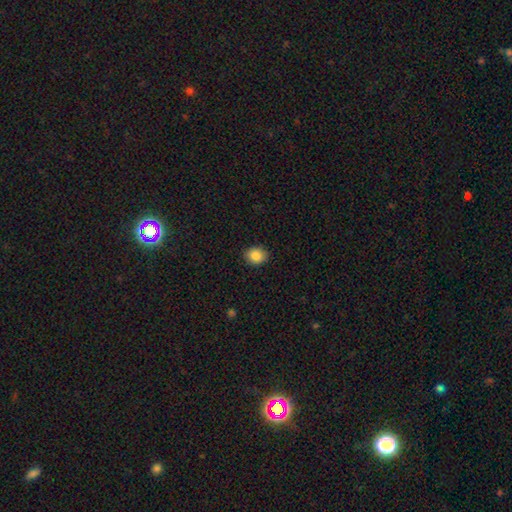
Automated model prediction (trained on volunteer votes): smooth 87%, star or artifact 9%, featured or disk 4%. Down the decision tree: how rounded — round (58%); merging — none (90%).